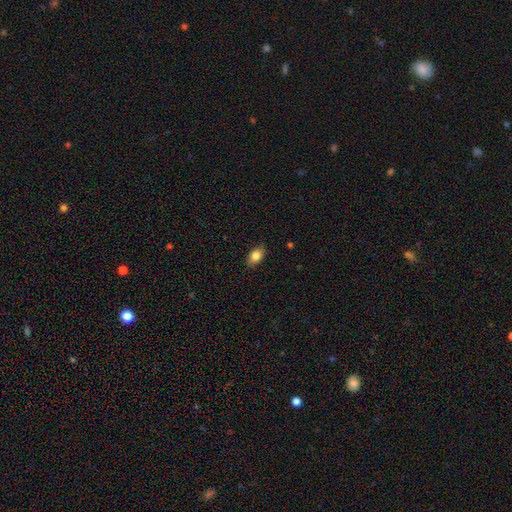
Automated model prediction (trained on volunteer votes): This appears to be a smooth galaxy with no disk features (82%) that is in between round and cigar-shaped (86%). Merging: none (84%).